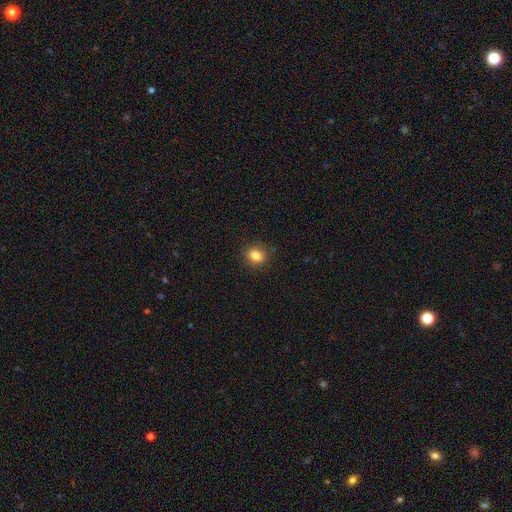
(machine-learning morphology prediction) Smooth or featured?
  - smooth: 85% *
  - star or artifact: 10%
  - featured or disk: 5%
How rounded?
  - round: 53% *
  - in between: 46%
  - cigar-shaped: 1%
Merging?
  - none: 88% *
  - minor disturbance: 9%
  - major disturbance: 2%
  - merger: 1%